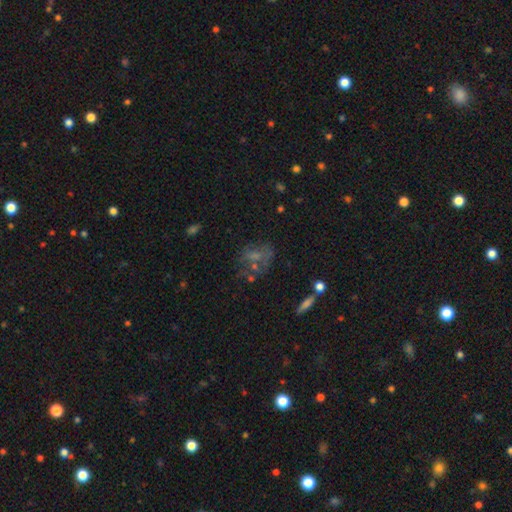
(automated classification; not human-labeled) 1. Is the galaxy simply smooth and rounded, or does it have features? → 42% featured or disk, 35% smooth, 23% star or artifact.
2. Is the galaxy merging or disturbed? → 45% none, 23% major disturbance, 21% minor disturbance, 11% merger.